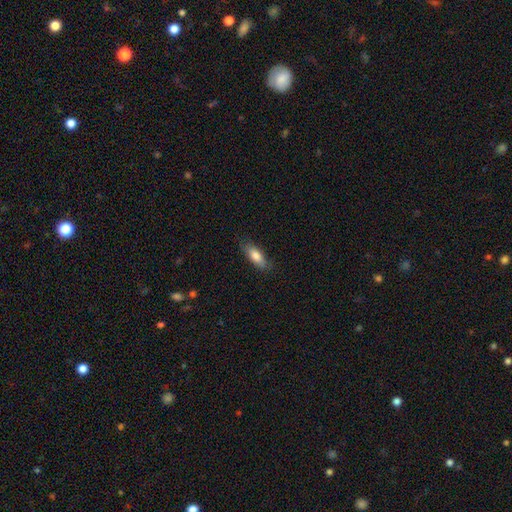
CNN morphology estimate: Q: Smooth or featured?
A: smooth (79%); runner-up: featured or disk (15%)
Q: How rounded?
A: in between (68%); runner-up: cigar-shaped (30%)
Q: Merging?
A: none (79%); runner-up: minor disturbance (17%)